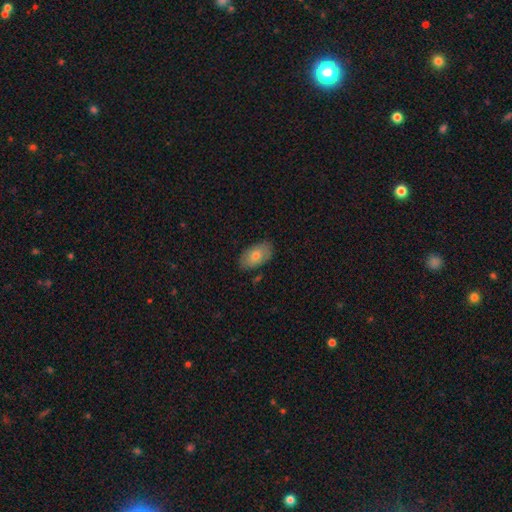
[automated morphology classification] type=smooth (75%); roundness=in between (93%); merging=none (83%).